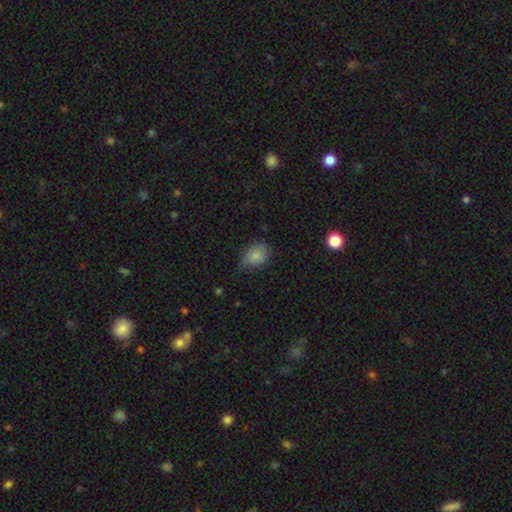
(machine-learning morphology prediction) This appears to be a smooth galaxy with no disk features (83%) that is in between round and cigar-shaped (58%). Merging: none (54%).